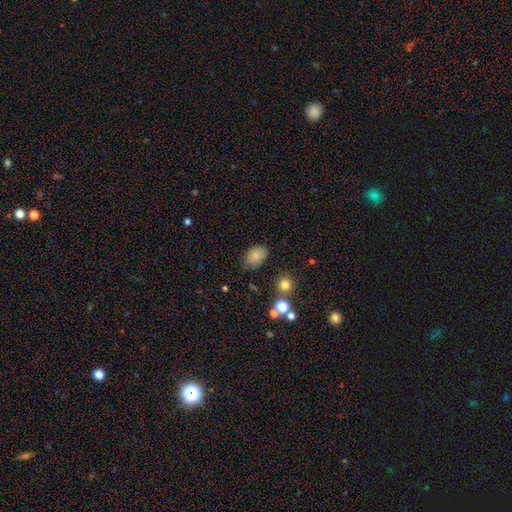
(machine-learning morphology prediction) The model was most divided on "merging": none: 70%, minor disturbance: 22%, major disturbance: 5%, merger: 3%. More confident: how rounded — in between (81%); smooth or featured — smooth (81%).